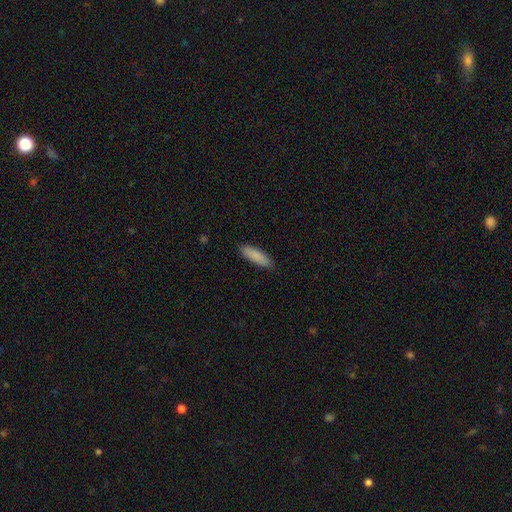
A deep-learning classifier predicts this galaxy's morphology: Smooth or featured? Predicted: smooth (p=0.88). How rounded? Predicted: cigar-shaped (p=0.58). Merging? Predicted: none (p=0.88).